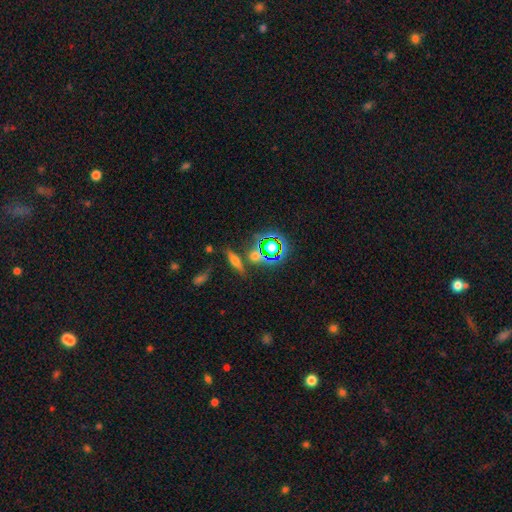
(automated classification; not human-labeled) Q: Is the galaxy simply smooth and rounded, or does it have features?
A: star or artifact — 39%.